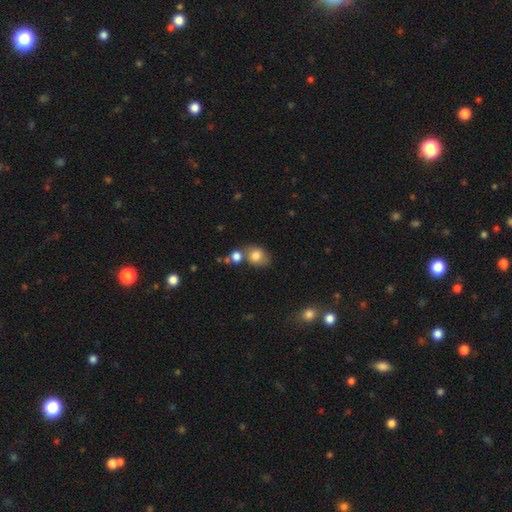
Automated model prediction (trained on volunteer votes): smooth_or_featured: smooth (p=0.81) [alt: featured or disk p=0.10]
how_rounded: in between (p=0.52) [alt: round p=0.47]
merging: none (p=0.53) [alt: merger p=0.25]